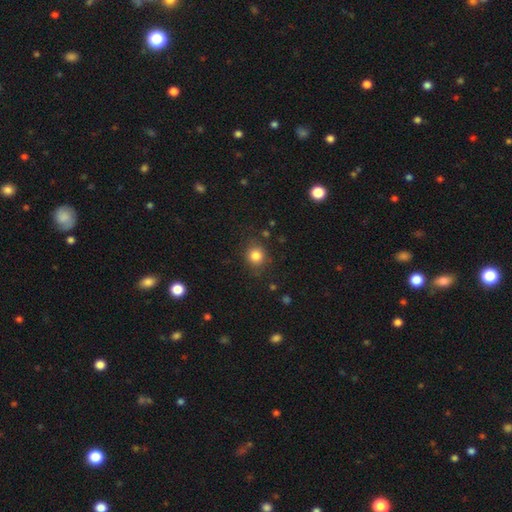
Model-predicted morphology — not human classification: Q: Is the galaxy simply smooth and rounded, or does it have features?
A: smooth — 83%.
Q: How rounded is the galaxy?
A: round — 83%.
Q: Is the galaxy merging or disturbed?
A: none — 83%.